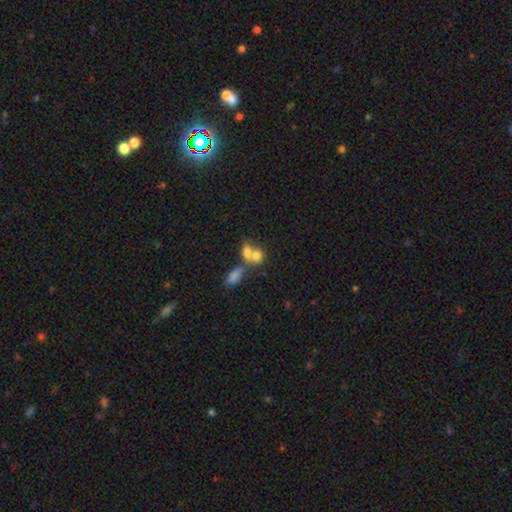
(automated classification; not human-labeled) Morphology: type=smooth (74%); roundness=in between (51%); merging=merger (64%).